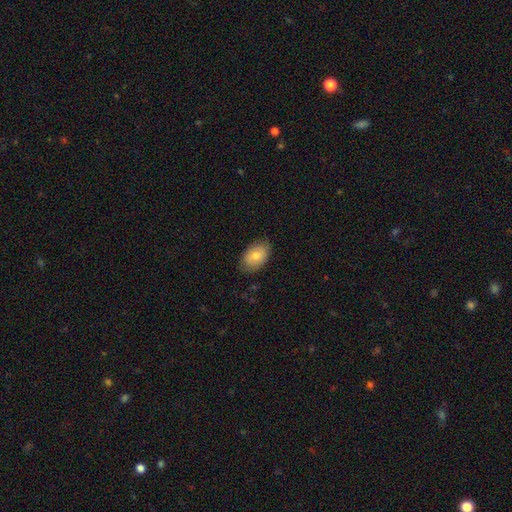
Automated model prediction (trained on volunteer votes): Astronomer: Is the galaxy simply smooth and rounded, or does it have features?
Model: smooth — 75%.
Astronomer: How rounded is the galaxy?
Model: in between — 89%.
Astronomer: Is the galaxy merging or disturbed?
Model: none — 82%.